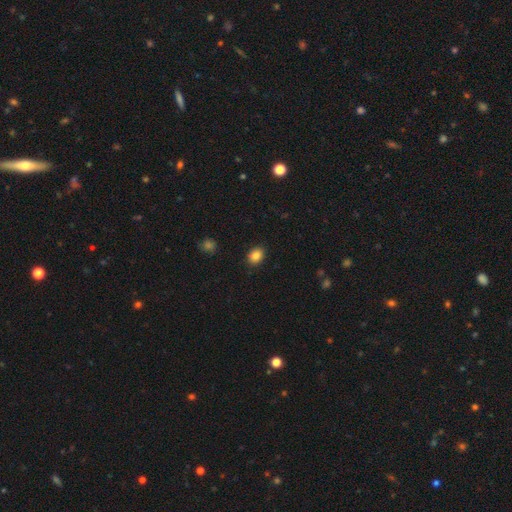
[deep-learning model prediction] A smooth galaxy with no disk features (84%) that is in between round and cigar-shaped (57%).

Vote fractions:
- Smooth or featured? smooth: 84% / star or artifact: 10% / featured or disk: 5%
- How rounded? in between: 57% / round: 42% / cigar-shaped: 1%
- Merging? none: 87% / minor disturbance: 10% / major disturbance: 2% / merger: 1%